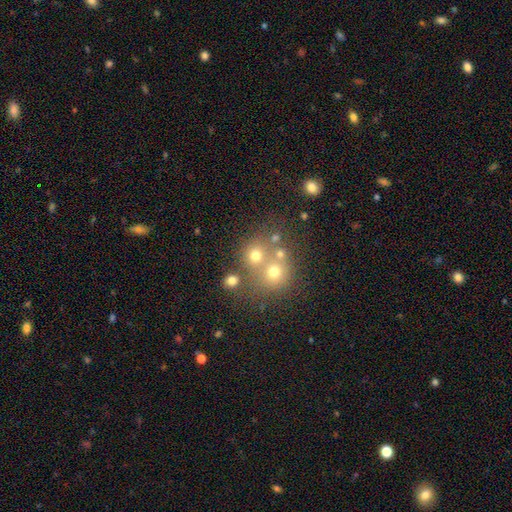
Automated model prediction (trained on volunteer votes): Smooth or featured: smooth — 67% (star or artifact — 19%)
How rounded: round — 82% (in between — 17%)
Merging: none — 52% (merger — 35%)